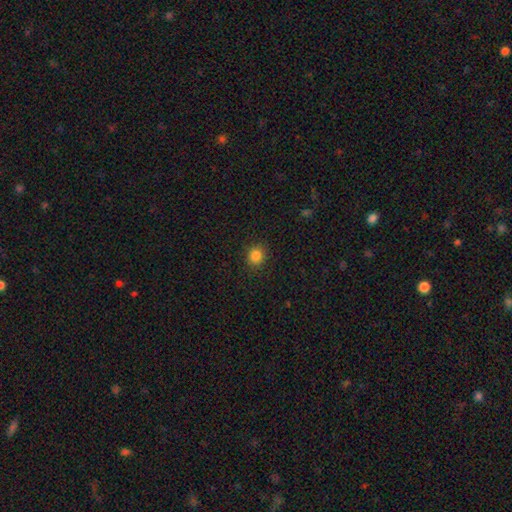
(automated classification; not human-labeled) Smooth or featured?
  - smooth: 84% *
  - star or artifact: 12%
  - featured or disk: 4%
How rounded?
  - round: 77% *
  - in between: 22%
  - cigar-shaped: 1%
Merging?
  - none: 89% *
  - minor disturbance: 8%
  - major disturbance: 2%
  - merger: 1%